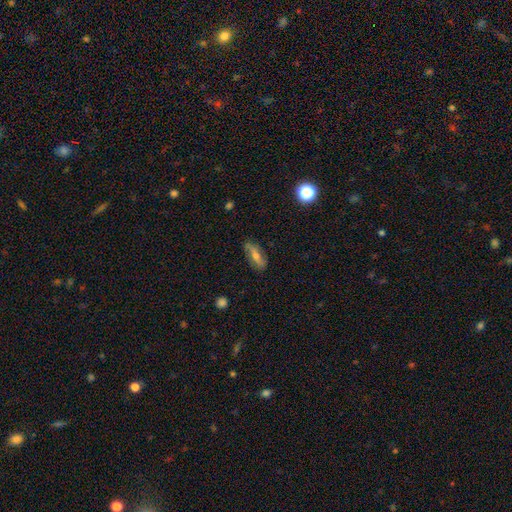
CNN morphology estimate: type=featured or disk (56%); edge-on=no (76%); merging=none (81%).